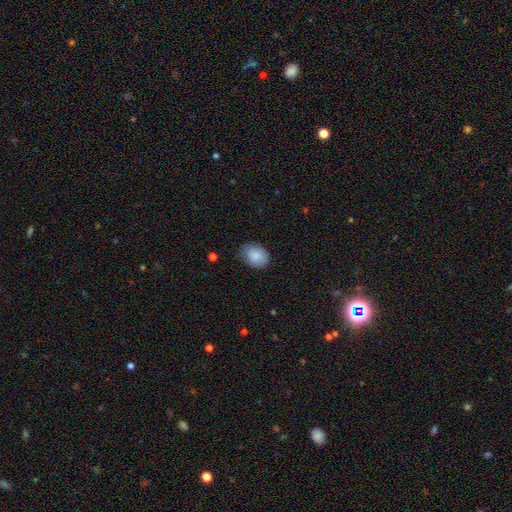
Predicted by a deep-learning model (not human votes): smooth-or-featured: smooth: 86% | featured or disk: 7% | star or artifact: 7%
  how-rounded: in between: 72% | round: 27% | cigar-shaped: 1%
  merging: none: 68% | minor disturbance: 26% | major disturbance: 5% | merger: 1%